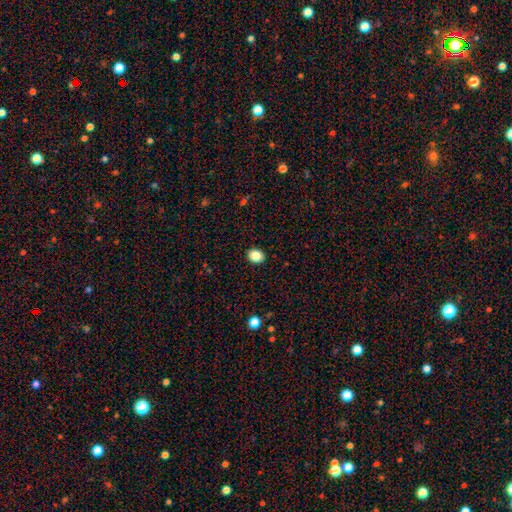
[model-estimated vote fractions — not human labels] Smooth or featured? Predicted: smooth (p=0.85). How rounded? Predicted: round (p=0.52). Merging? Predicted: none (p=0.92).